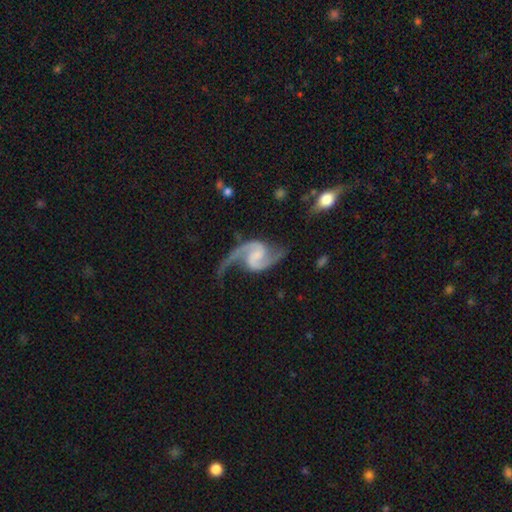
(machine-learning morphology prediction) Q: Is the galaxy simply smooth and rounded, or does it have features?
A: featured or disk — 93%.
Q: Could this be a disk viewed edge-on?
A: no — 98%.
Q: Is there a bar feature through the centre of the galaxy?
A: weak — 46%.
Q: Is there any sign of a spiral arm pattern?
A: yes — 98%.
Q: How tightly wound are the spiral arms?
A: loose — 57%.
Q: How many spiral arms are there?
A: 2 — 94%.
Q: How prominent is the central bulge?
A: none — 41%.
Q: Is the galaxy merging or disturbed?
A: none — 66%.